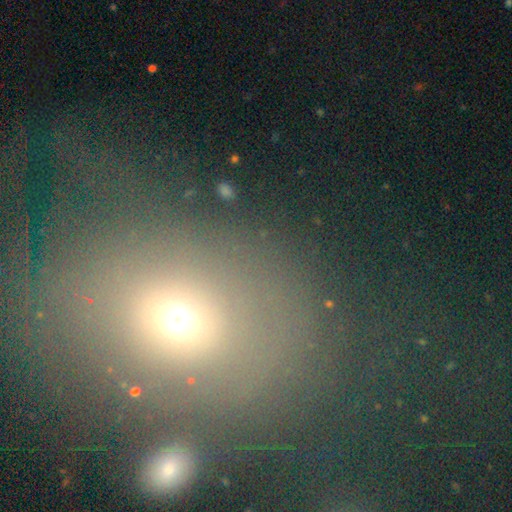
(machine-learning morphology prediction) smooth 55%, star or artifact 22%, featured or disk 22%. Down the decision tree: how rounded — in between (50%); merging — none (50%).